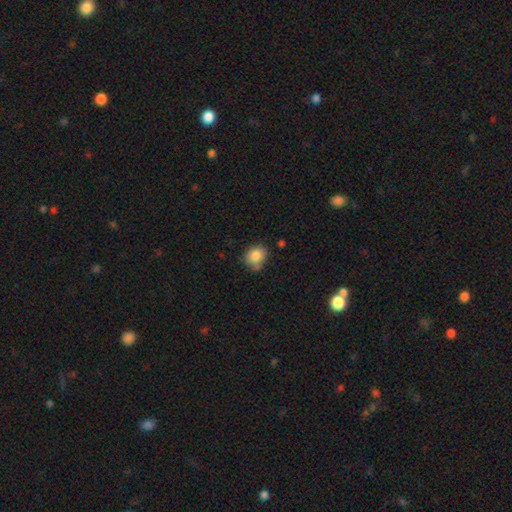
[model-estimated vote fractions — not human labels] Smooth or featured? Predicted: smooth (p=0.84). How rounded? Predicted: round (p=0.66). Merging? Predicted: none (p=0.66).